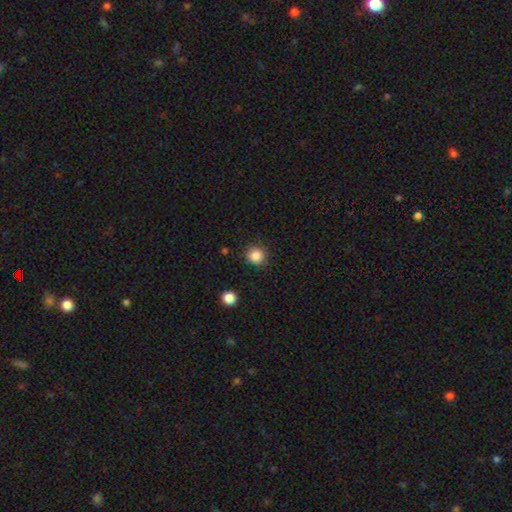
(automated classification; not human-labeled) smooth_or_featured: smooth (p=0.86) [alt: star or artifact p=0.11]
how_rounded: round (p=0.92) [alt: in between p=0.07]
merging: none (p=0.87) [alt: minor disturbance p=0.09]